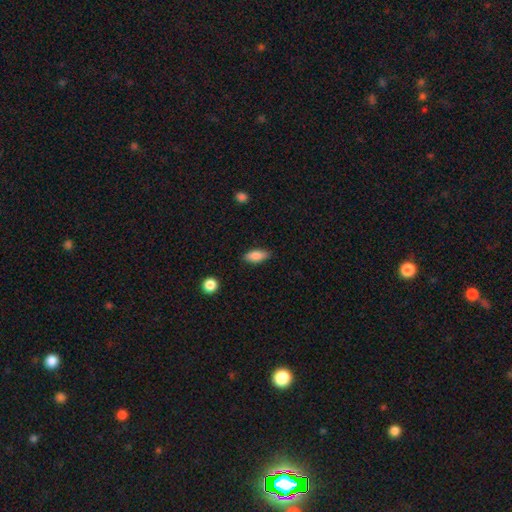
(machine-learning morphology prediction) Q: Smooth or featured?
A: smooth (84%); runner-up: featured or disk (9%)
Q: How rounded?
A: in between (83%); runner-up: cigar-shaped (14%)
Q: Merging?
A: none (84%); runner-up: minor disturbance (12%)